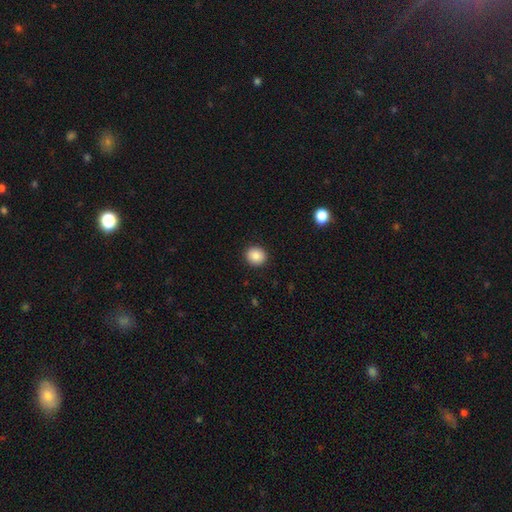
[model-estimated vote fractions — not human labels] The model was most divided on "how rounded": round: 79%, in between: 20%, cigar-shaped: 1%. More confident: merging — none (91%); smooth or featured — smooth (87%).